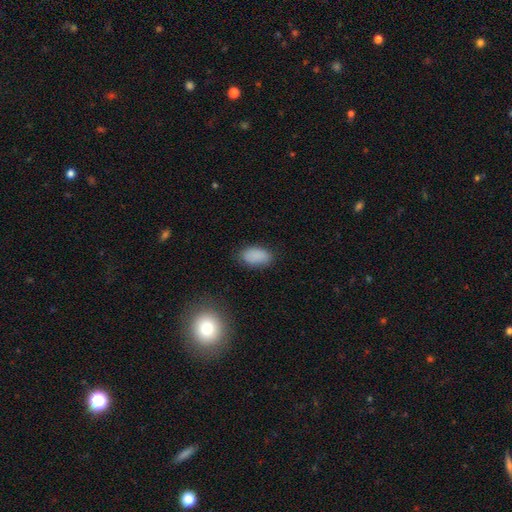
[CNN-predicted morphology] smooth 87%, star or artifact 9%, featured or disk 5%. Down the decision tree: how rounded — in between (93%); merging — none (79%).